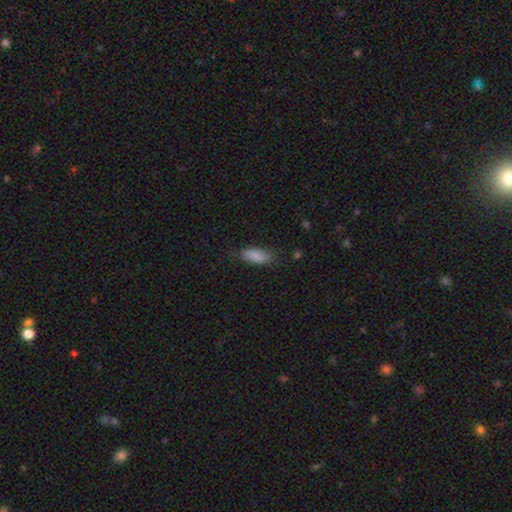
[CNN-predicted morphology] smooth 87%, star or artifact 7%, featured or disk 6%. Down the decision tree: how rounded — in between (81%); merging — none (76%).